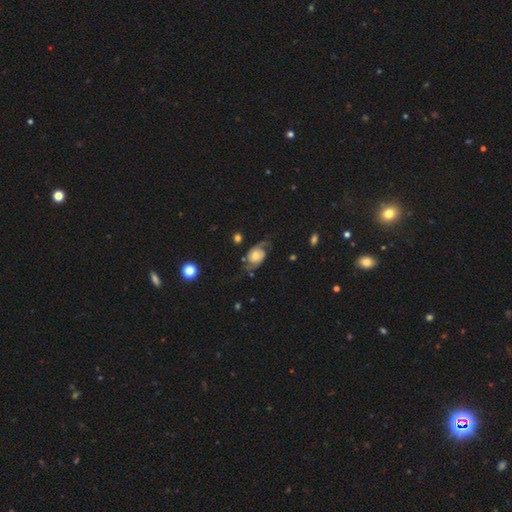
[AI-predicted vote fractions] Smooth or featured? featured or disk (74%)
Edge-on disk? no (97%)
Bar? no (74%)
Spiral arms? yes (92%)
Spiral winding? medium (39%)
Spiral arm count? 2 (85%)
Bulge size? moderate (49%)
Merging? none (59%)